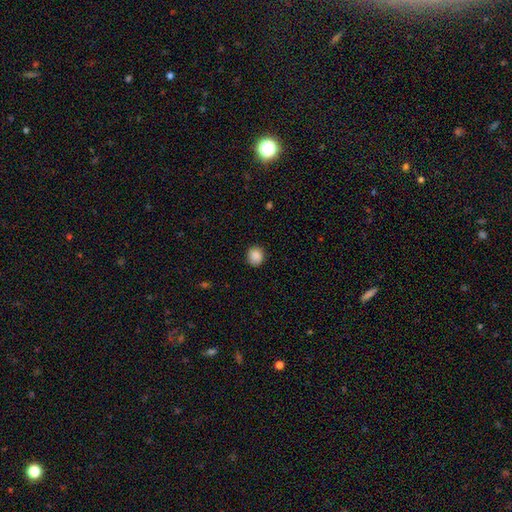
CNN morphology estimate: type=smooth (88%); roundness=round (82%); merging=none (88%).